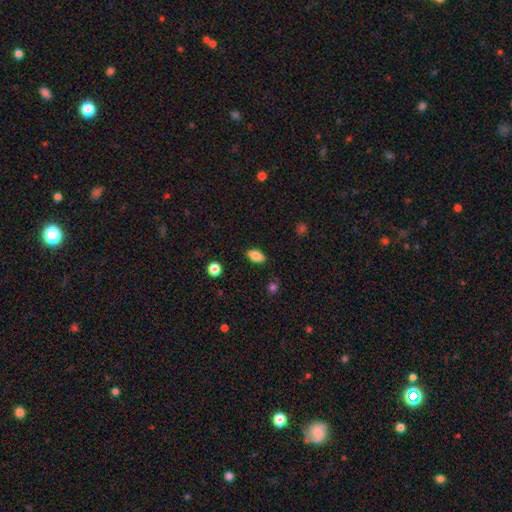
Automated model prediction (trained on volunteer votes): smooth-or-featured: smooth: 85% | star or artifact: 8% | featured or disk: 6%
  how-rounded: in between: 91% | round: 6% | cigar-shaped: 3%
  merging: none: 86% | minor disturbance: 10% | major disturbance: 2% | merger: 1%